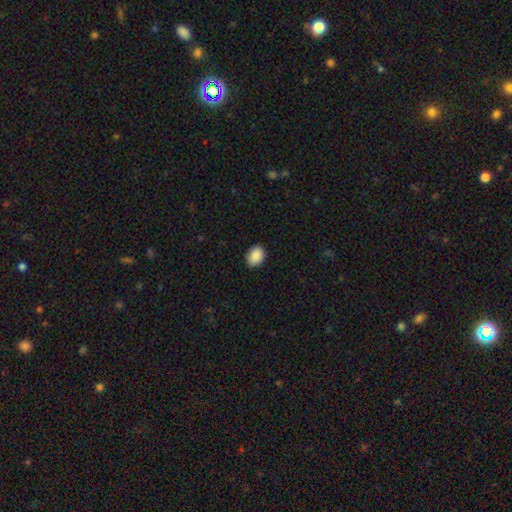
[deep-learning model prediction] This appears to be a smooth galaxy with no disk features (89%) that is in between round and cigar-shaped (68%). Merging: none (89%).